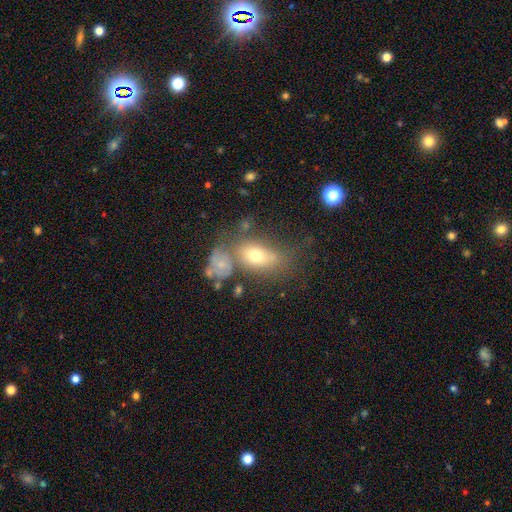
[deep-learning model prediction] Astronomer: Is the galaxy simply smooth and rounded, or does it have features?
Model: smooth — 63%.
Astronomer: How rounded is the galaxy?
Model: in between — 81%.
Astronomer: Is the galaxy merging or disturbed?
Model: none — 35% (runner-up: merger, 30%).